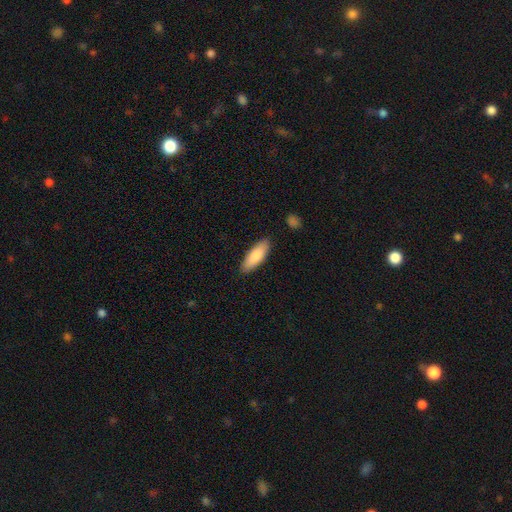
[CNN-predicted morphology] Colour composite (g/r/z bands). It shows a smooth galaxy with no disk features (84%) that is in between round and cigar-shaped (66%). Merging: none (87%).